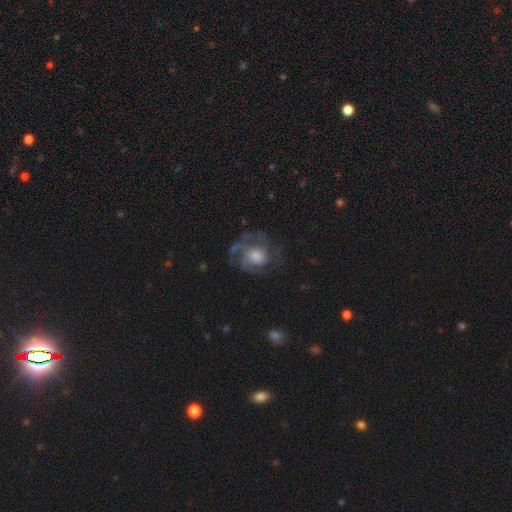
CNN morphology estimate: A featured or disk galaxy (77%) with no bar (74%), 3 (30%) tight (46%) spiral arms (92%) and a moderate central bulge (43%). Merging: none (64%).